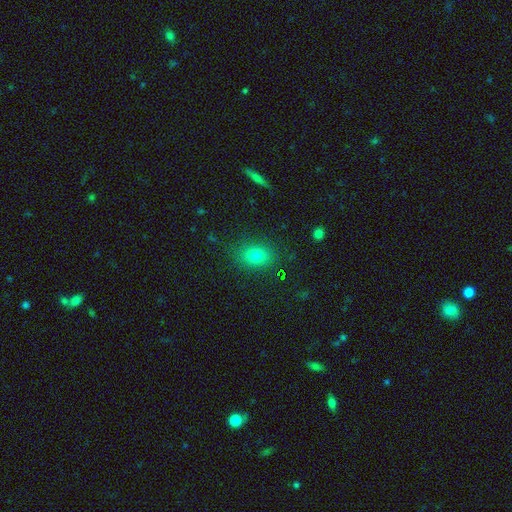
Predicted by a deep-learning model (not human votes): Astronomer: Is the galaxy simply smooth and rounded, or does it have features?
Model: smooth — 77%.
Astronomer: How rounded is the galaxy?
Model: in between — 61% (runner-up: round, 37%).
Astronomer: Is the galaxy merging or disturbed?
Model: none — 85%.